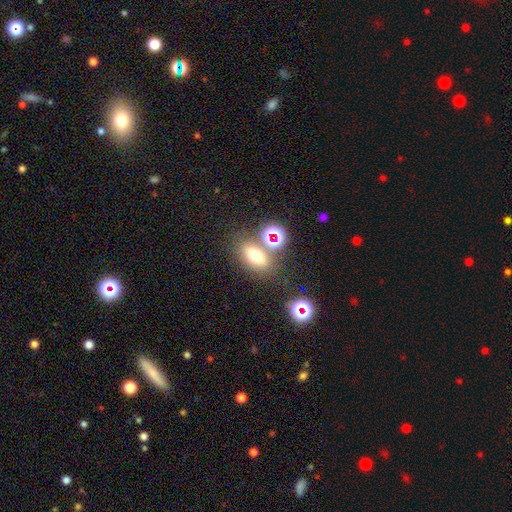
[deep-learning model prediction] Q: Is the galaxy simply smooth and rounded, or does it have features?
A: smooth — 65%.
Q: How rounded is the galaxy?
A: in between — 69%.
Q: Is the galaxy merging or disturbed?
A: none — 67%.